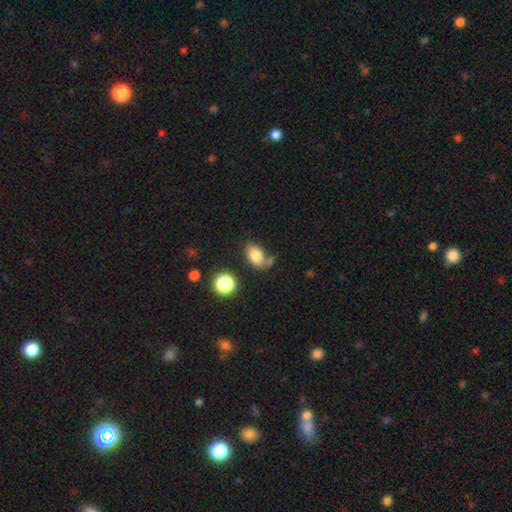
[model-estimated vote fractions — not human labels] Smooth or featured: smooth — 80% (star or artifact — 10%)
How rounded: in between — 84% (round — 15%)
Merging: none — 57% (minor disturbance — 19%)